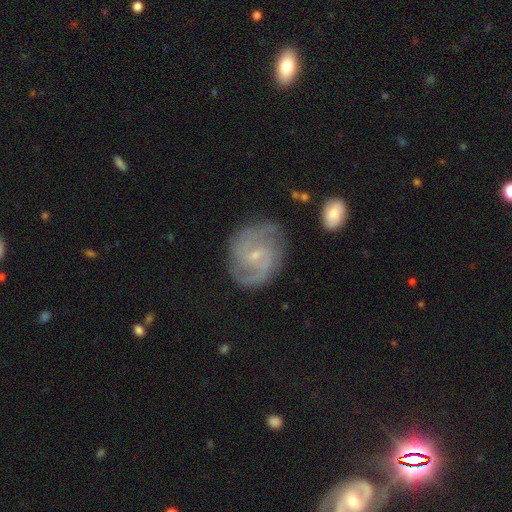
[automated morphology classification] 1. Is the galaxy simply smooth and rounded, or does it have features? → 86% featured or disk, 9% smooth, 6% star or artifact.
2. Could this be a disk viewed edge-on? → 98% no, 2% yes.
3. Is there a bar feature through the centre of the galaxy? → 54% weak, 34% no, 11% strong.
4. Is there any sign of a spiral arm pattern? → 96% yes, 4% no.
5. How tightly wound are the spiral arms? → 48% medium, 38% tight, 13% loose.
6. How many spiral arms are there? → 66% 2, 13% can't tell, 11% 3, 4% 4, 3% 1, 3% more than 4.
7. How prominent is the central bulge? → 77% small, 17% moderate, 4% none, 1% large, 1% dominant.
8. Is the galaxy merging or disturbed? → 76% none, 16% minor disturbance, 6% major disturbance, 2% merger.